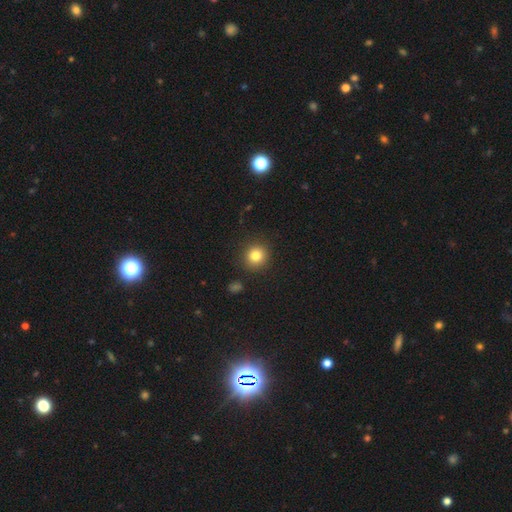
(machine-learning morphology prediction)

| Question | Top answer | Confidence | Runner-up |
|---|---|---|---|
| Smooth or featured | smooth | 82% | star or artifact (12%) |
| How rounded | round | 91% | in between (8%) |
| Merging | none | 89% | minor disturbance (7%) |